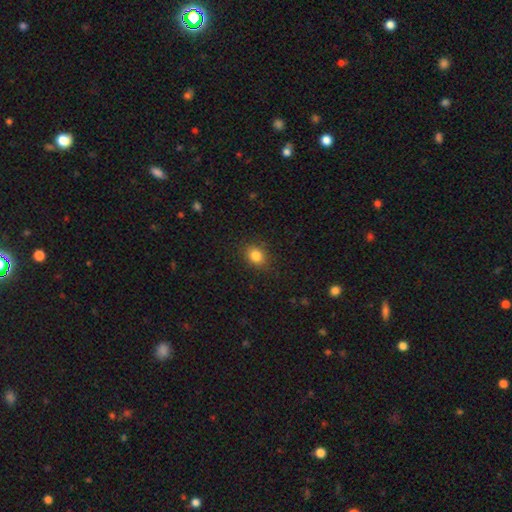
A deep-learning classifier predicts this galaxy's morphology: Q: Smooth or featured?
A: smooth (84%); runner-up: star or artifact (11%)
Q: How rounded?
A: round (53%); runner-up: in between (46%)
Q: Merging?
A: none (85%); runner-up: minor disturbance (11%)